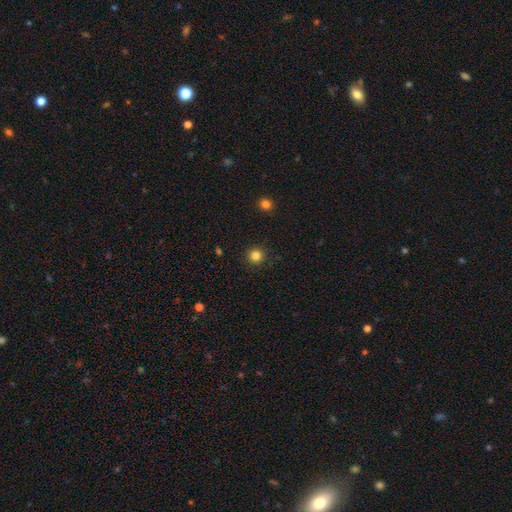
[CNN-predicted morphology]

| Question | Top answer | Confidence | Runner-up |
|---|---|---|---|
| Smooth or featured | smooth | 83% | star or artifact (13%) |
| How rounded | round | 95% | in between (4%) |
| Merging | none | 92% | minor disturbance (5%) |